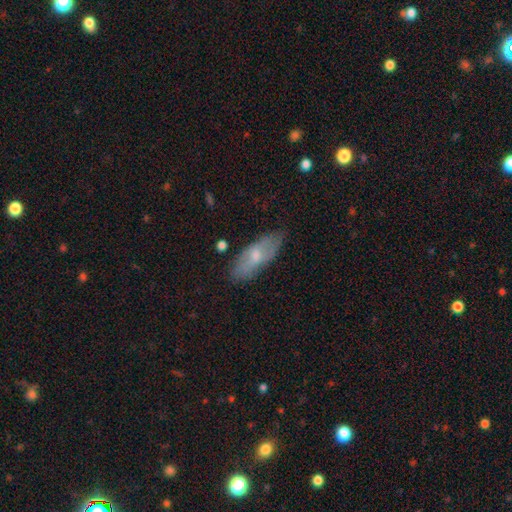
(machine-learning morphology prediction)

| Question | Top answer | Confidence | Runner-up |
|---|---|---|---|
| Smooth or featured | smooth | 59% | featured or disk (34%) |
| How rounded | in between | 71% | cigar-shaped (26%) |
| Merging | none | 75% | minor disturbance (19%) |